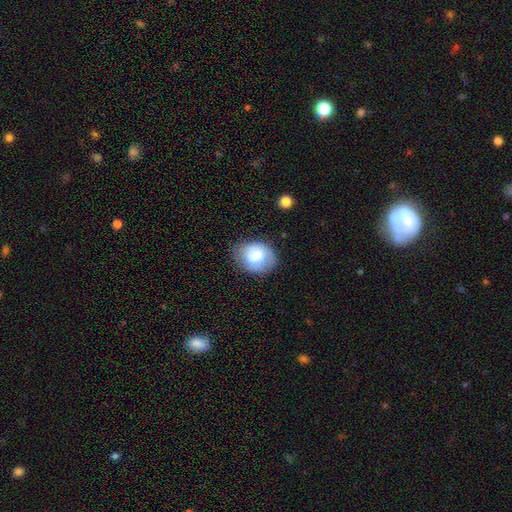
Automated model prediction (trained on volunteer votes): Morphology: type=smooth (71%); roundness=in between (55%); merging=none (63%).